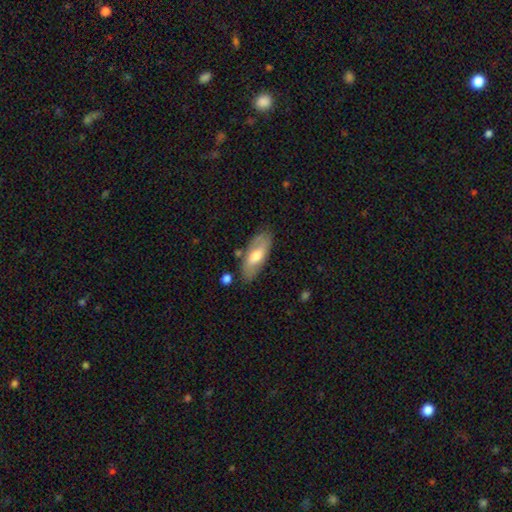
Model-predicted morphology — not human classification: A smooth galaxy with no disk features (58%) that is in between round and cigar-shaped (83%).

Vote fractions:
- Smooth or featured? smooth: 58% / featured or disk: 37% / star or artifact: 6%
- How rounded? in between: 83% / cigar-shaped: 15% / round: 3%
- Merging? none: 77% / minor disturbance: 15% / major disturbance: 4% / merger: 4%